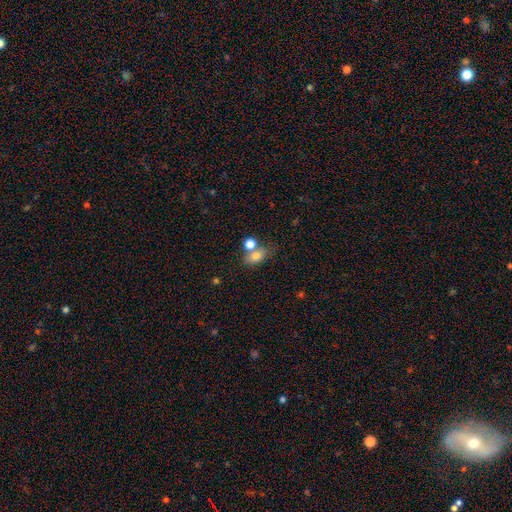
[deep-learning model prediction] A smooth galaxy with no disk features (77%) that is in between round and cigar-shaped (75%). Merging: none (48%).